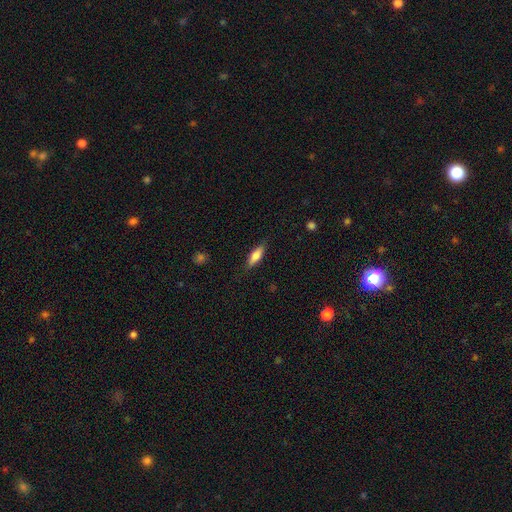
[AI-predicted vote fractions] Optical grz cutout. It shows a smooth galaxy with no disk features (69%) that is in between round and cigar-shaped (51%). Merging: none (84%).